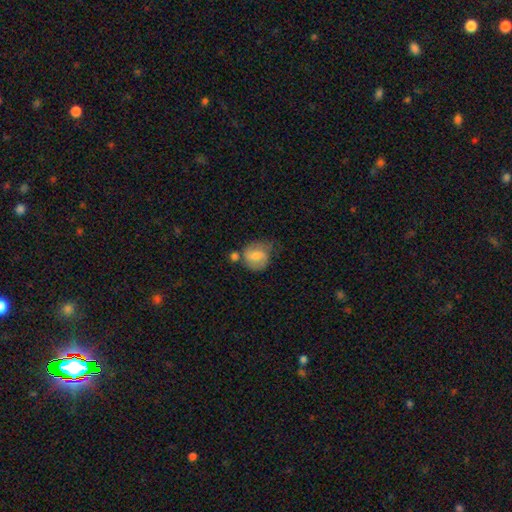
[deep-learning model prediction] Smooth or featured? Predicted: smooth (p=0.56). How rounded? Predicted: round (p=0.69). Merging? Predicted: none (p=0.49).